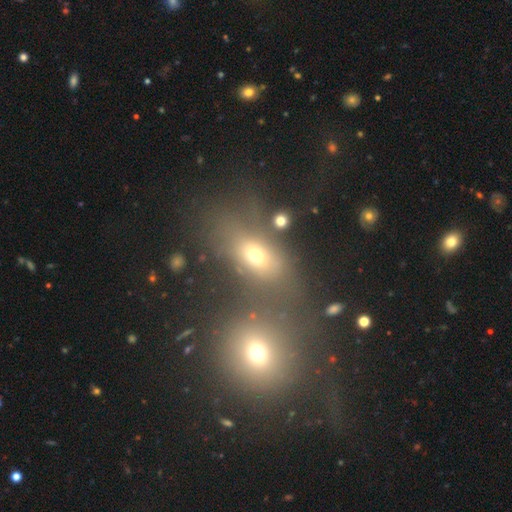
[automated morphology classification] smooth_or_featured: smooth (p=0.60) [alt: star or artifact p=0.21]
how_rounded: in between (p=0.67) [alt: round p=0.29]
merging: none (p=0.44) [alt: merger p=0.35]